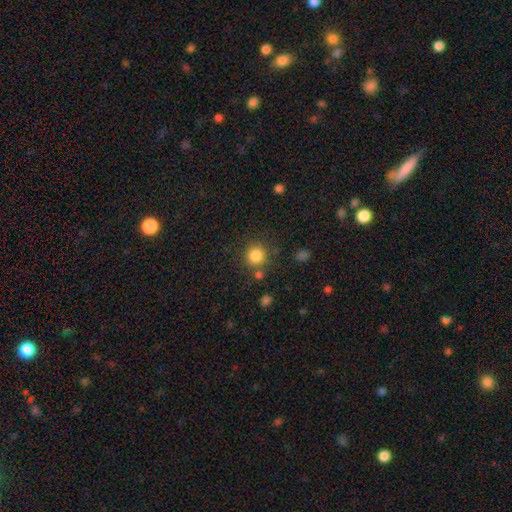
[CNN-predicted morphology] A smooth galaxy with no disk features (84%) that is round (92%). Merging: none (79%).